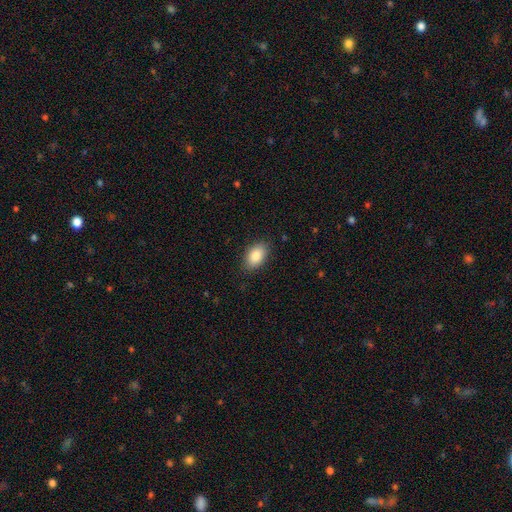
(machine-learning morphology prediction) This appears to be a smooth galaxy with no disk features (86%) that is in between round and cigar-shaped (91%). Merging: none (85%).